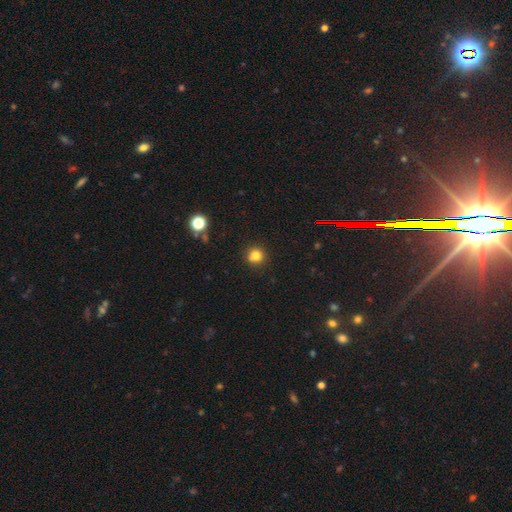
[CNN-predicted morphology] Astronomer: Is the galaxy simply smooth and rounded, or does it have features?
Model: smooth — 80%.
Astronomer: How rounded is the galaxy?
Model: round — 88%.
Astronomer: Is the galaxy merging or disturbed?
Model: none — 82%.